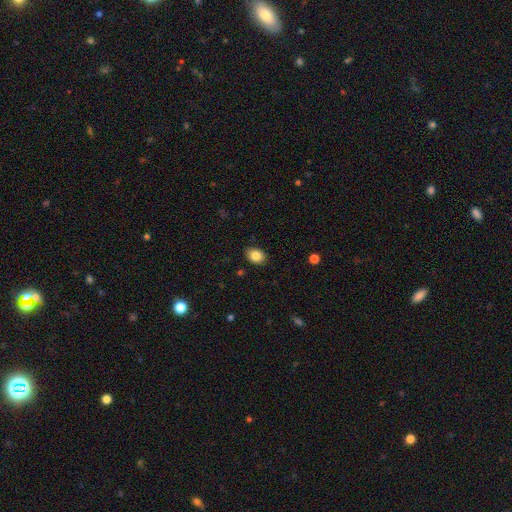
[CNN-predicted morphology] Smooth or featured? Predicted: smooth (p=0.85). How rounded? Predicted: in between (p=0.65). Merging? Predicted: none (p=0.87).